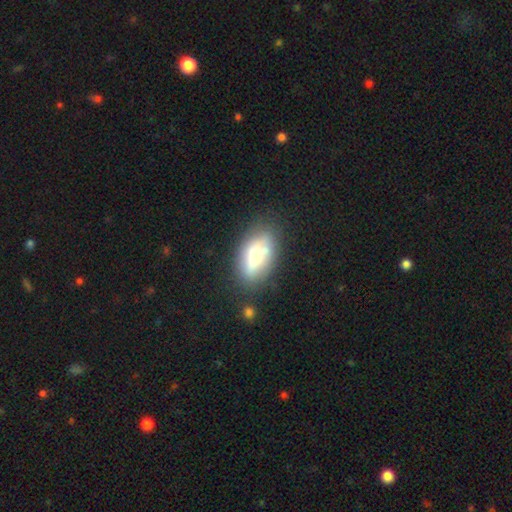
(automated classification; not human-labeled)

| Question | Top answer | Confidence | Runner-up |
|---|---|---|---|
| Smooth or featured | smooth | 61% | featured or disk (30%) |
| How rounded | in between | 87% | cigar-shaped (6%) |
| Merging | none | 65% | minor disturbance (20%) |